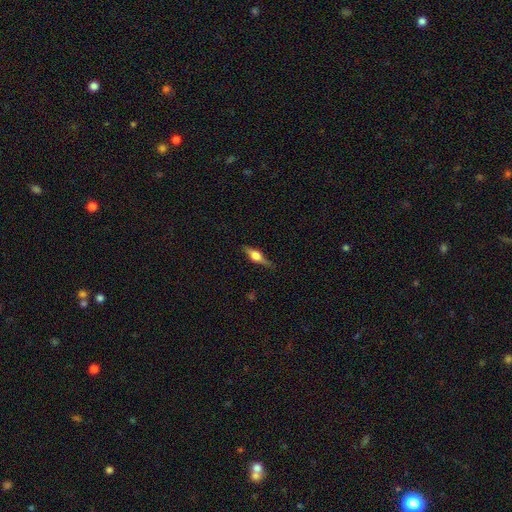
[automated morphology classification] Overall: featured or disk (60%; smooth 33%). Edge-on disk: yes (95%). Edge-on bulge: rounded (92%). Merging: none (79%).